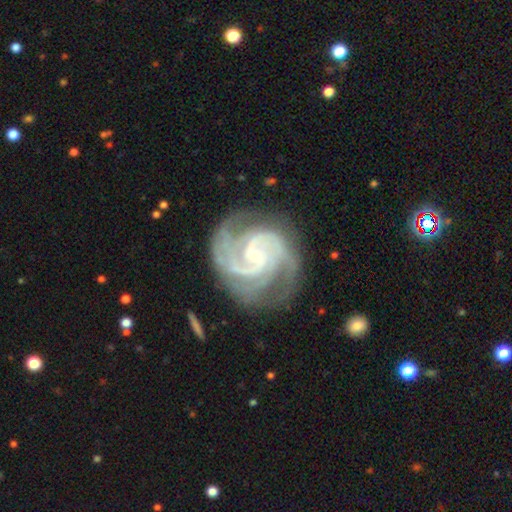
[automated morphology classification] smooth-or-featured: featured or disk: 92% | star or artifact: 5% | smooth: 3%
  disk-edge-on: no: 98% | yes: 2%
    bar: no: 56% | weak: 34% | strong: 10%
    has-spiral-arms: yes: 99% | no: 1%
      spiral-winding: tight: 50% | medium: 44% | loose: 6%
      spiral-arm-count: 2: 43% | 3: 30% | can't tell: 9% | 4: 8% | more than 4: 5% | 1: 5%
    bulge-size: small: 80% | moderate: 15% | none: 2% | large: 1% | dominant: 1%
  merging: none: 74% | minor disturbance: 17% | major disturbance: 8% | merger: 2%